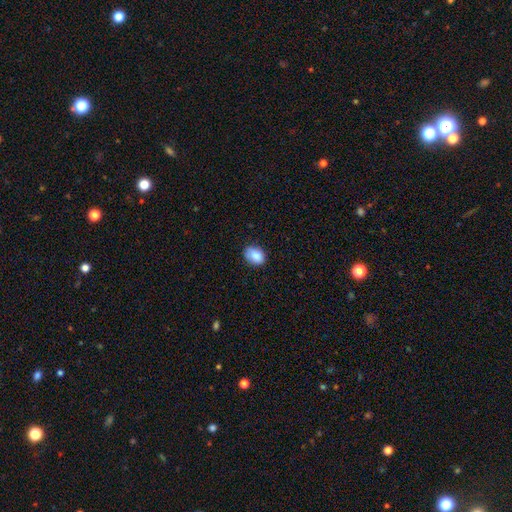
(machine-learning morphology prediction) smooth_or_featured: smooth (p=0.87) [alt: star or artifact p=0.08]
how_rounded: in between (p=0.74) [alt: round p=0.25]
merging: none (p=0.74) [alt: minor disturbance p=0.21]